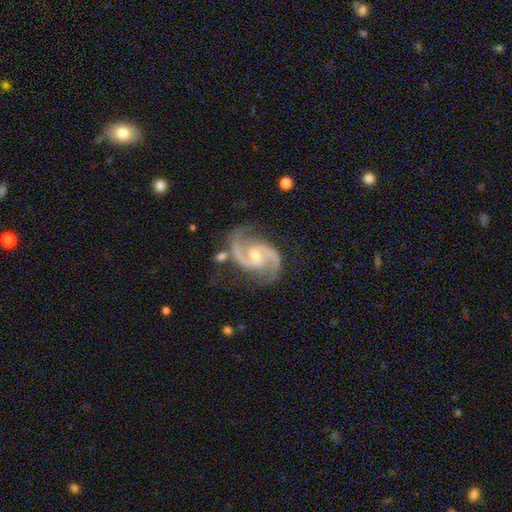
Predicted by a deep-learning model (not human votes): The model was most divided on "bar": no: 48%, weak: 40%, strong: 13%. More confident: spiral arms — yes (99%); edge-on disk — no (98%); spiral arm count — 2 (94%); smooth or featured — featured or disk (94%); merging — none (74%); spiral winding — medium (65%); bulge size — small (55%).